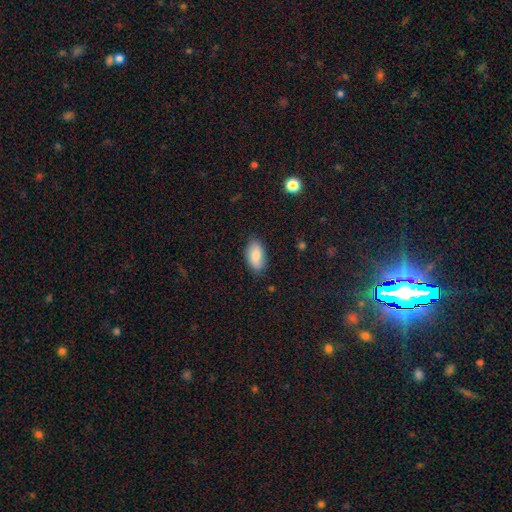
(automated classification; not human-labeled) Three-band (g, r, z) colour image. It shows a smooth galaxy with no disk features (83%) that is in between round and cigar-shaped (93%). Merging: none (83%).